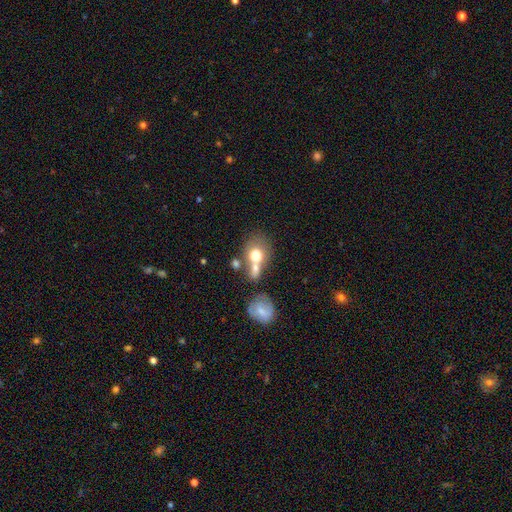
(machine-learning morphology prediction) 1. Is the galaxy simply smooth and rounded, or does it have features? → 69% smooth, 22% featured or disk, 9% star or artifact.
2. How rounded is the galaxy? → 61% round, 38% in between, 1% cigar-shaped.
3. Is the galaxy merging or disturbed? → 51% merger, 30% none, 11% minor disturbance, 8% major disturbance.